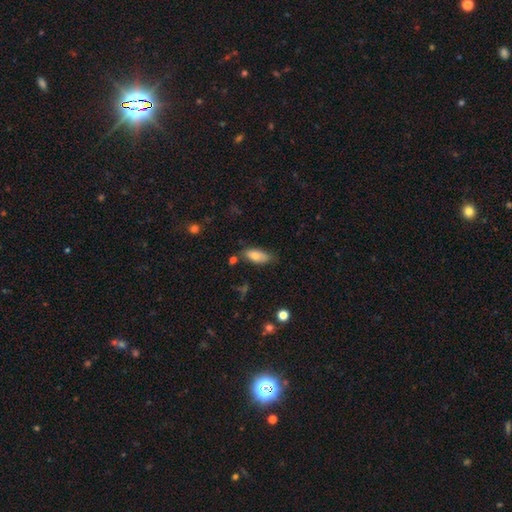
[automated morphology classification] Smooth or featured? smooth (80%)
How rounded? in between (85%)
Merging? none (67%)